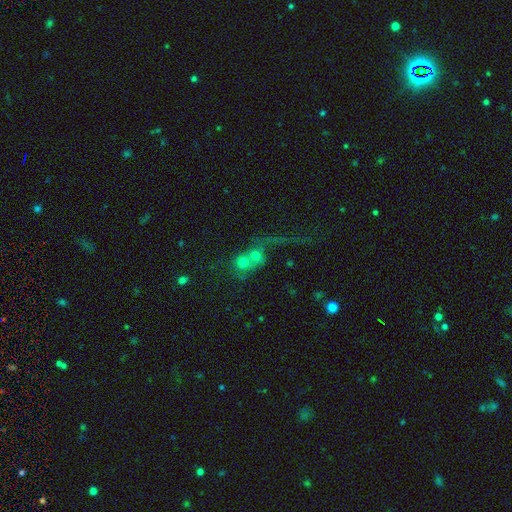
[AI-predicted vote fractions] Morphology: type=smooth (57%); roundness=round (72%); merging=merger (72%).